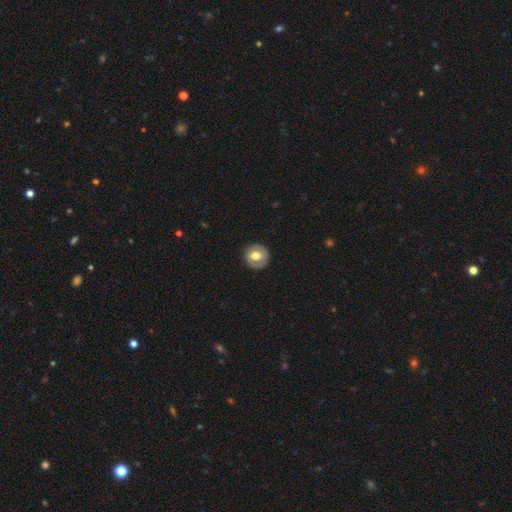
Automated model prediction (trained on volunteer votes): Smooth or featured?
  - smooth: 64% *
  - featured or disk: 29%
  - star or artifact: 7%
How rounded?
  - round: 91% *
  - in between: 8%
  - cigar-shaped: 1%
Merging?
  - none: 88% *
  - minor disturbance: 8%
  - major disturbance: 2%
  - merger: 1%